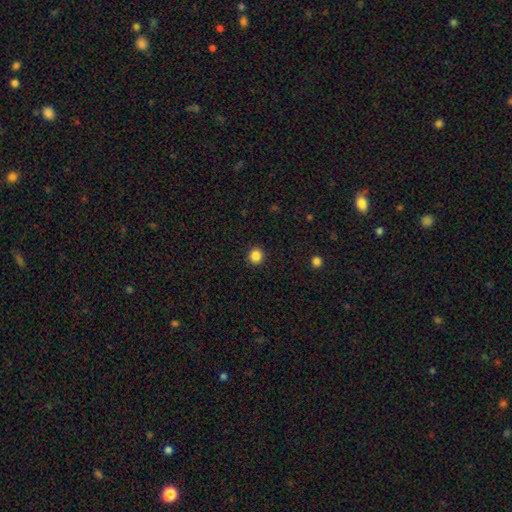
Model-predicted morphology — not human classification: Smooth or featured? smooth (86%)
How rounded? round (93%)
Merging? none (93%)